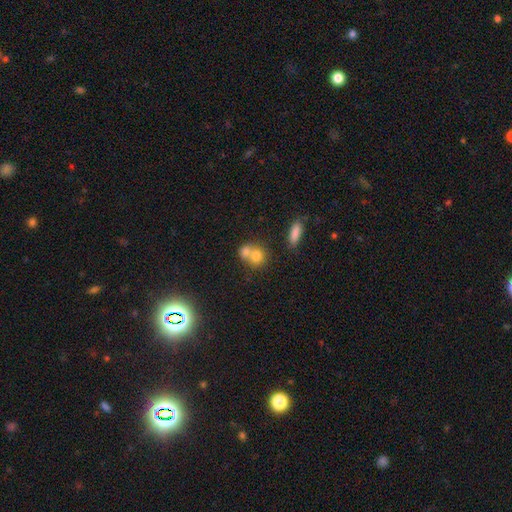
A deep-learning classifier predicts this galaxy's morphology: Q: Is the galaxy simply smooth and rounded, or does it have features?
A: smooth — 73%.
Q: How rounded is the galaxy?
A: round — 70%.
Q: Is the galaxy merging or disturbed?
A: merger — 58%.